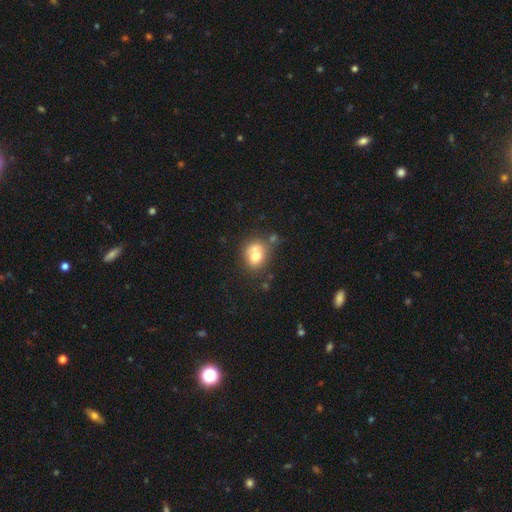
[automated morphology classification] Smooth or featured? smooth (70%)
How rounded? round (63%)
Merging? none (43%)